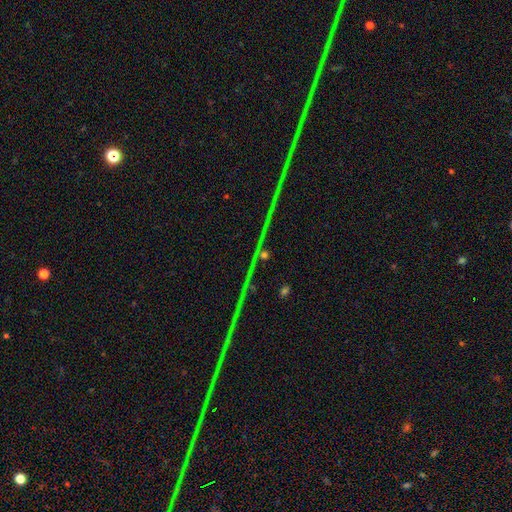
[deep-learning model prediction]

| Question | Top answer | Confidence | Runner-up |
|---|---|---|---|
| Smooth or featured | star or artifact | 82% | featured or disk (11%) |